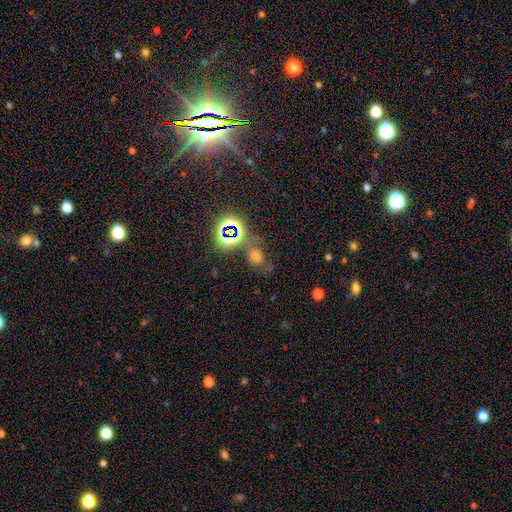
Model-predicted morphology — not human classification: A smooth galaxy with no disk features (48%). Merging: none (63%).